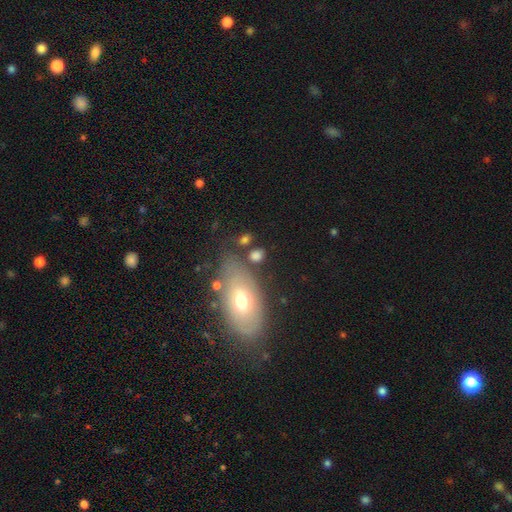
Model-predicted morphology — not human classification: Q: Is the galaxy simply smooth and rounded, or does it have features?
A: smooth — 75%.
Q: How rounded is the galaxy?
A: in between — 60%.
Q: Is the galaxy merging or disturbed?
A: none — 68%.